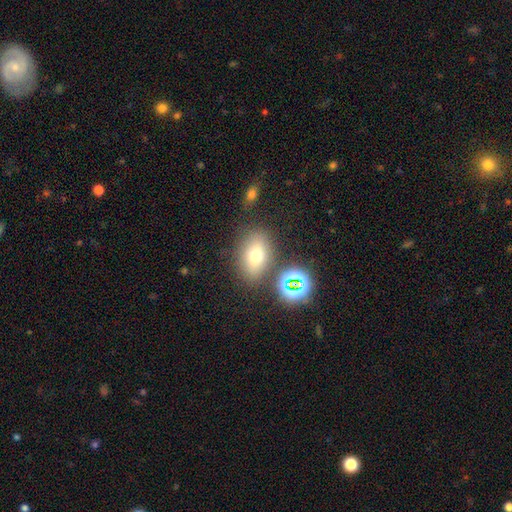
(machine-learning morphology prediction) The model was most divided on "smooth or featured": smooth: 67%, star or artifact: 17%, featured or disk: 16%. More confident: merging — none (77%); how rounded — in between (75%).